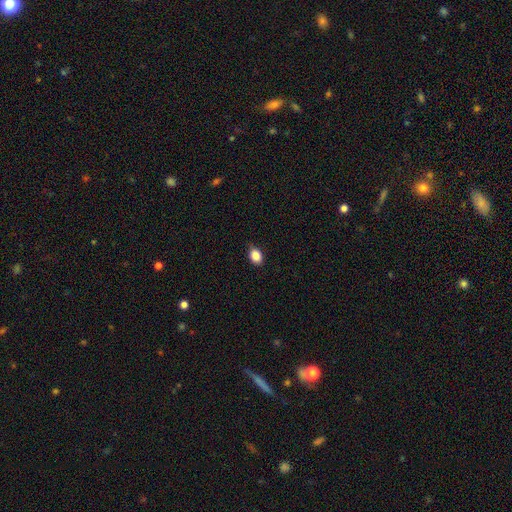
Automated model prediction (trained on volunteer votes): A smooth galaxy with no disk features (87%) that is in between round and cigar-shaped (72%).

Vote fractions:
- Smooth or featured? smooth: 87% / star or artifact: 9% / featured or disk: 4%
- How rounded? in between: 72% / round: 26% / cigar-shaped: 1%
- Merging? none: 83% / minor disturbance: 14% / major disturbance: 2% / merger: 1%